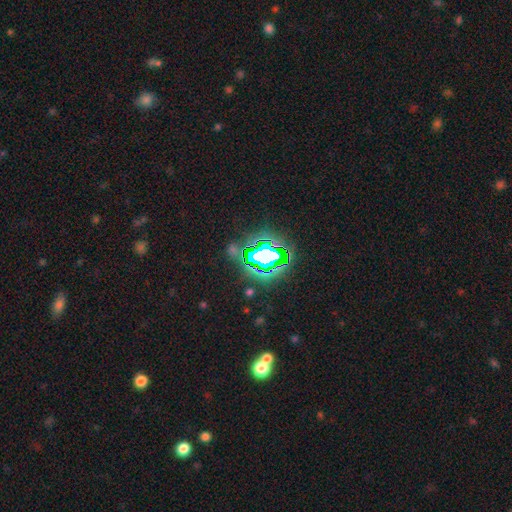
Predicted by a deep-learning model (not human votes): Overall: star or artifact (83%).